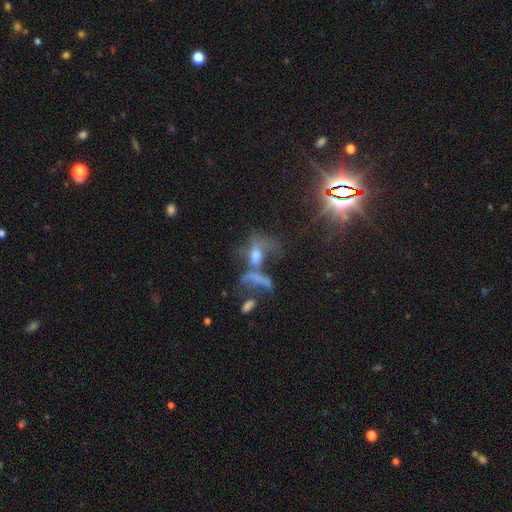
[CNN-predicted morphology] Overall: featured or disk (43%; star or artifact 31%). Merging: merger (44%; major disturbance 24%).